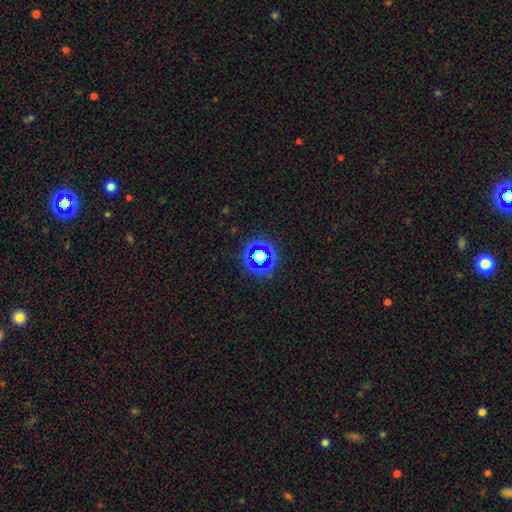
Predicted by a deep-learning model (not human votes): A star or artifact, not a galaxy (57%).